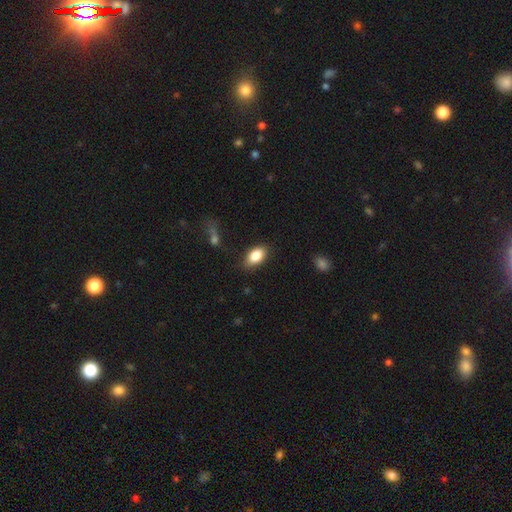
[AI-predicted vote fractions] smooth_or_featured: smooth (p=0.84) [alt: featured or disk p=0.08]
how_rounded: in between (p=0.89) [alt: round p=0.08]
merging: none (p=0.81) [alt: minor disturbance p=0.13]